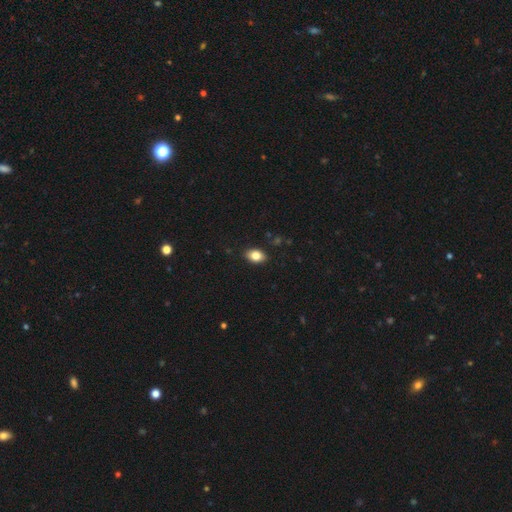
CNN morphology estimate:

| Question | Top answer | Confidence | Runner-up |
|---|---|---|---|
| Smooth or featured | smooth | 83% | featured or disk (9%) |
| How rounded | in between | 86% | round (13%) |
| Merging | none | 88% | minor disturbance (9%) |